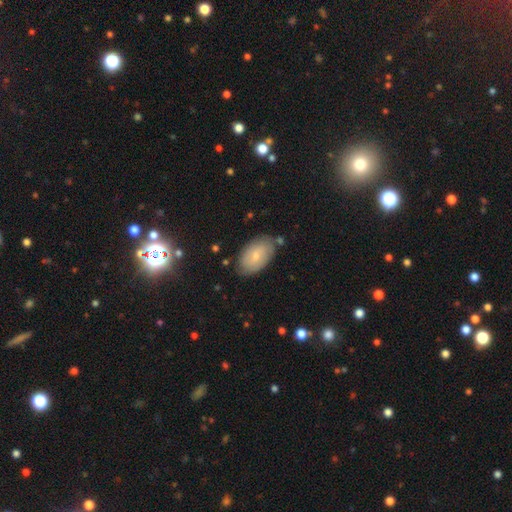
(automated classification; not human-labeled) Smooth or featured?
  - smooth: 63% *
  - featured or disk: 30%
  - star or artifact: 8%
How rounded?
  - in between: 94% *
  - round: 5%
  - cigar-shaped: 2%
Merging?
  - none: 77% *
  - minor disturbance: 17%
  - major disturbance: 3%
  - merger: 3%